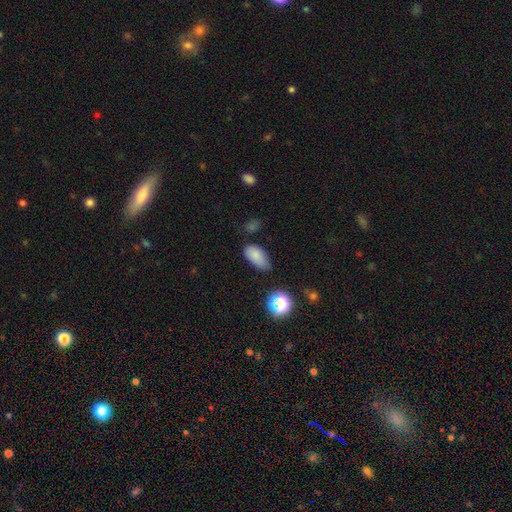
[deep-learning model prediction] Smooth or featured: smooth — 82% (star or artifact — 12%)
How rounded: in between — 92% (round — 5%)
Merging: none — 66% (minor disturbance — 25%)